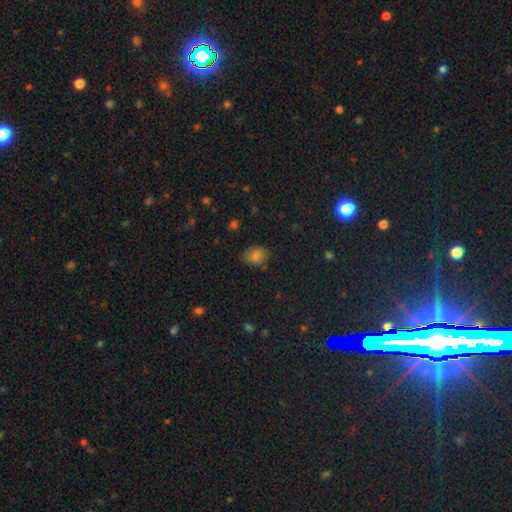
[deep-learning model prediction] smooth 76%, star or artifact 15%, featured or disk 8%. Down the decision tree: how rounded — in between (67%); merging — none (72%).